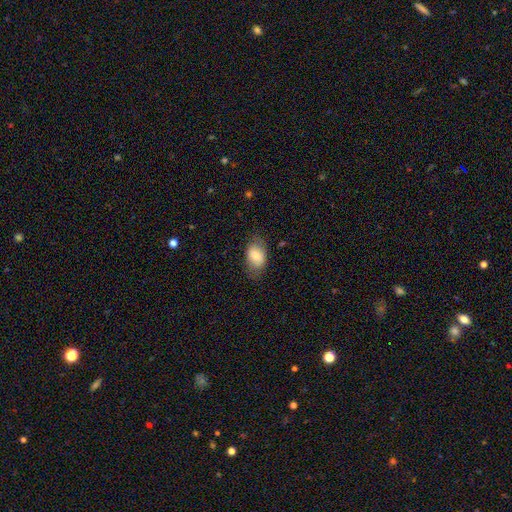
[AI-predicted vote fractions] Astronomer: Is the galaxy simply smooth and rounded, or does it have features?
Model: smooth — 75%.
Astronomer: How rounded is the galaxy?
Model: in between — 85%.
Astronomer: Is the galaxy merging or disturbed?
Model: none — 73%.